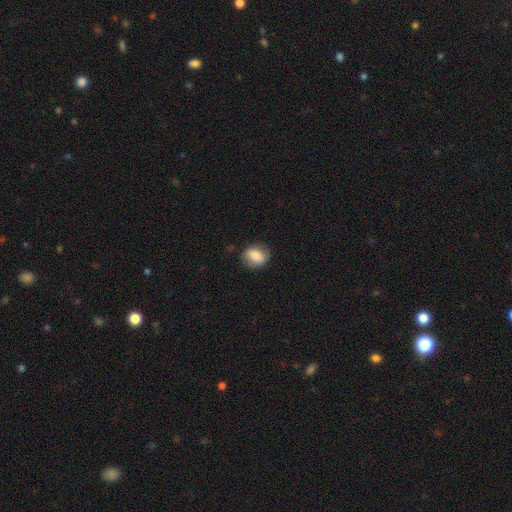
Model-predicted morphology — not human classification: smooth_or_featured: smooth (p=0.72) [alt: featured or disk p=0.21]
how_rounded: in between (p=0.51) [alt: round p=0.48]
merging: none (p=0.77) [alt: minor disturbance p=0.17]